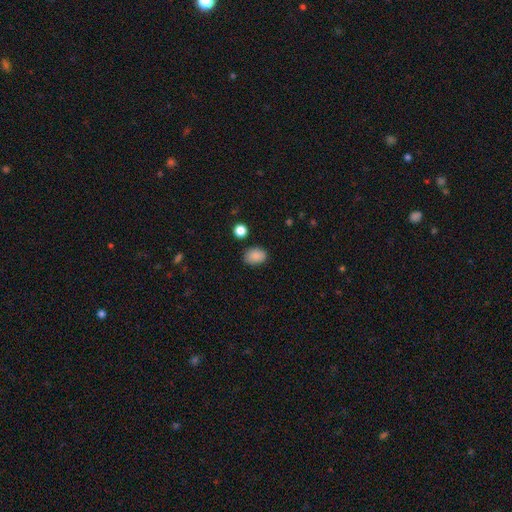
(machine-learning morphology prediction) The model was most divided on "how rounded": in between: 76%, round: 23%, cigar-shaped: 1%. More confident: smooth or featured — smooth (87%); merging — none (83%).